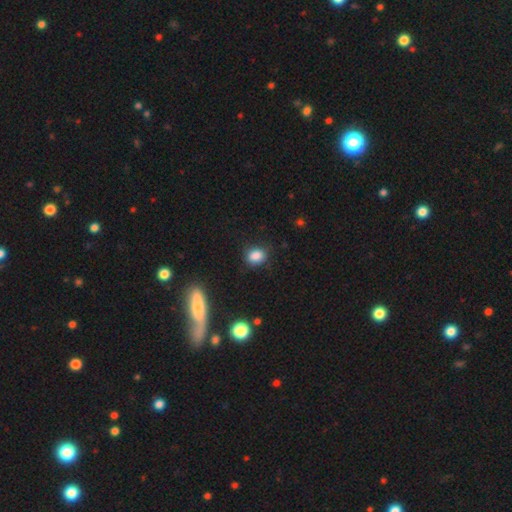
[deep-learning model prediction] This appears to be a smooth galaxy with no disk features (85%) that is in between round and cigar-shaped (56%). Merging: none (79%).